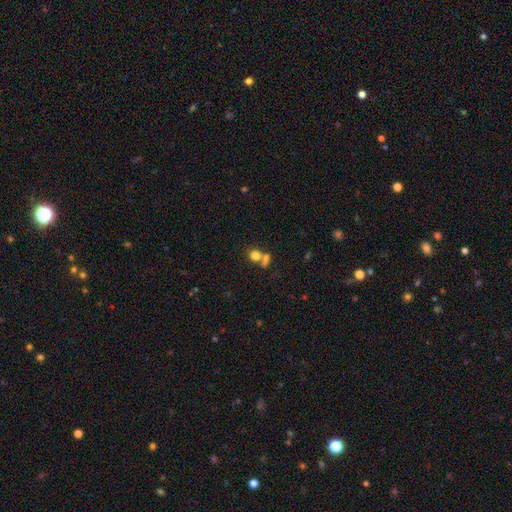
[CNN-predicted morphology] Smooth or featured? Predicted: smooth (p=0.78). How rounded? Predicted: round (p=0.69). Merging? Predicted: none (p=0.44).